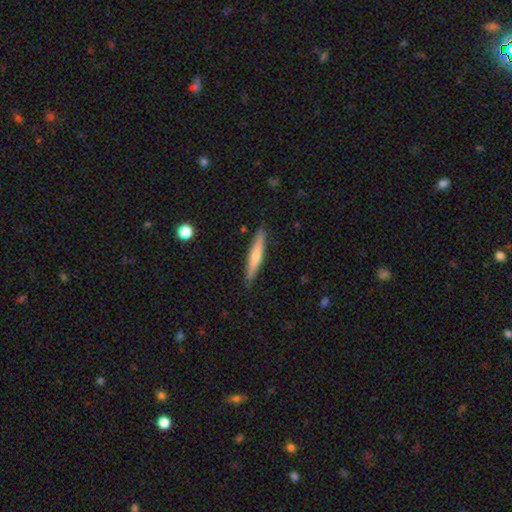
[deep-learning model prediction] Morphology: type=smooth (62%); roundness=cigar-shaped (92%); merging=none (87%).